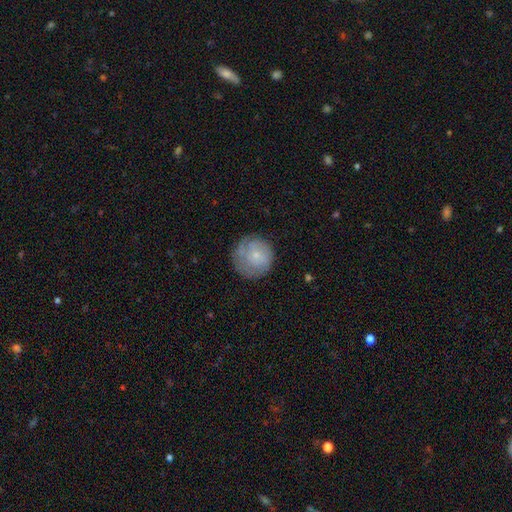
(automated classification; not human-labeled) Overall: smooth (56%; featured or disk 36%). How rounded: round (91%). Merging: none (67%).